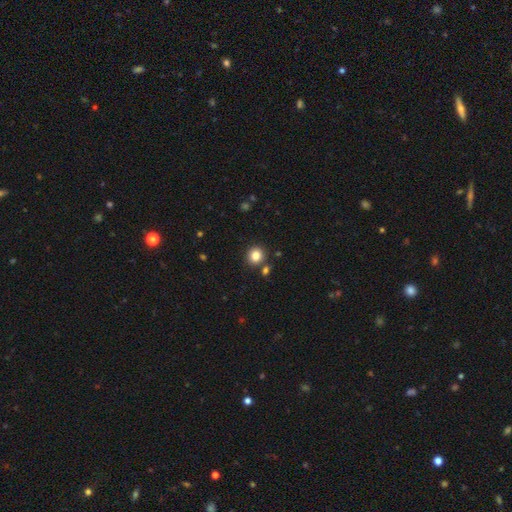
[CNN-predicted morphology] smooth_or_featured: smooth (p=0.83) [alt: star or artifact p=0.11]
how_rounded: round (p=0.87) [alt: in between p=0.12]
merging: none (p=0.84) [alt: minor disturbance p=0.07]